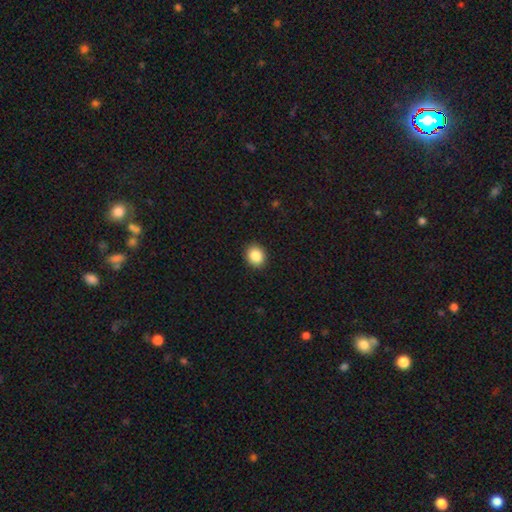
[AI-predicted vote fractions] Smooth or featured? smooth (87%)
How rounded? round (70%)
Merging? none (91%)